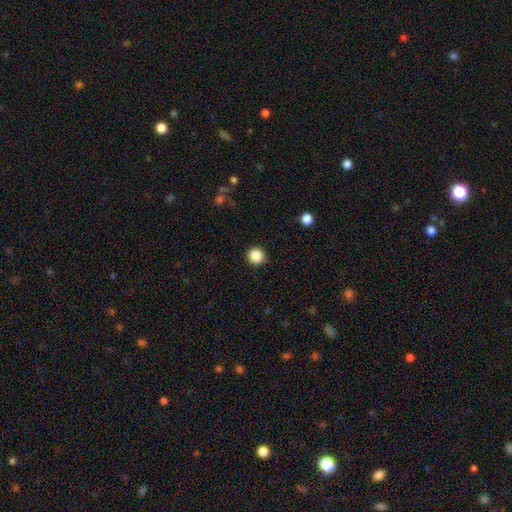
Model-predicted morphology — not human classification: Smooth or featured: smooth — 87% (star or artifact — 10%)
How rounded: round — 94% (in between — 5%)
Merging: none — 91% (minor disturbance — 6%)